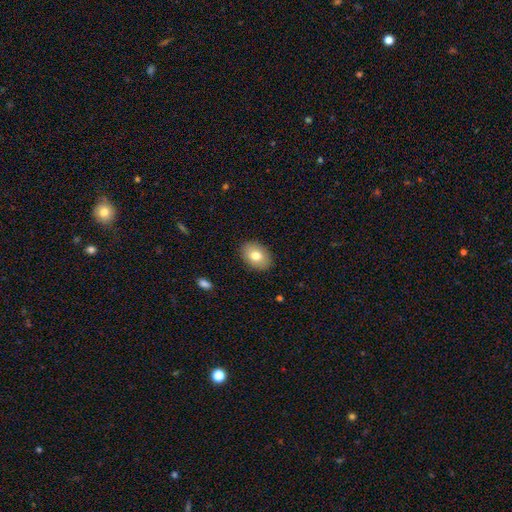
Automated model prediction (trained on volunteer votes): smooth 77%, featured or disk 15%, star or artifact 8%. Down the decision tree: how rounded — in between (78%); merging — none (89%).